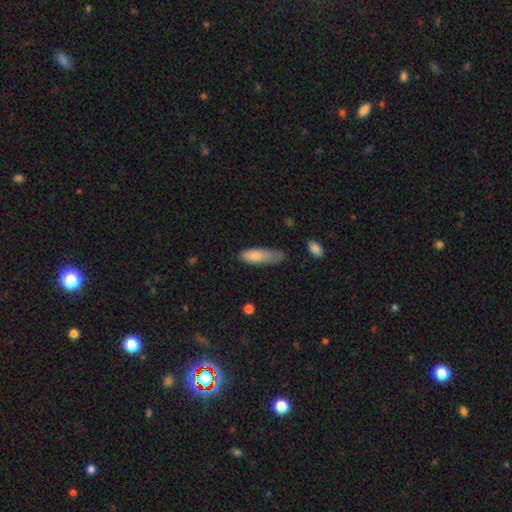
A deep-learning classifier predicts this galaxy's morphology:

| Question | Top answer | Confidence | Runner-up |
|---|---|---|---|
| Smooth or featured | smooth | 81% | featured or disk (12%) |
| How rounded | in between | 52% | cigar-shaped (46%) |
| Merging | minor disturbance | 40% | tied: none (40%) |